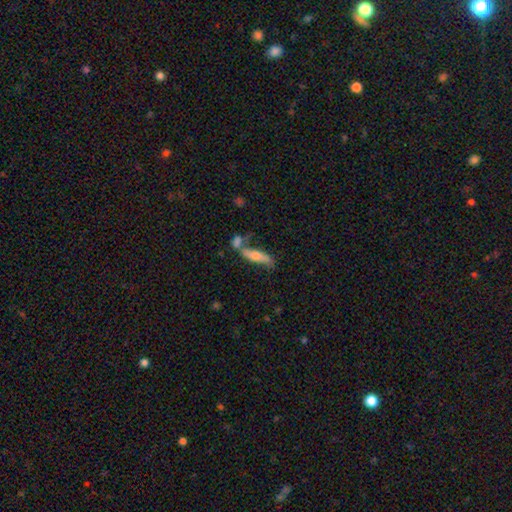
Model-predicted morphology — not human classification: type=featured or disk (52%); edge-on=no (50%, tied with yes); merging=none (44%).